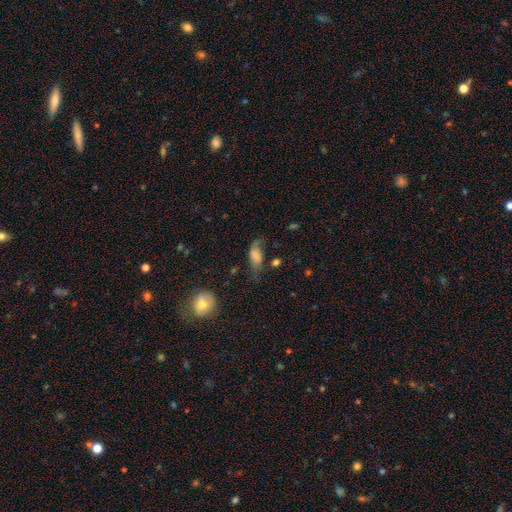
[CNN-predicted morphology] A smooth galaxy with no disk features (71%) that is in between round and cigar-shaped (86%). Merging: none (40%).